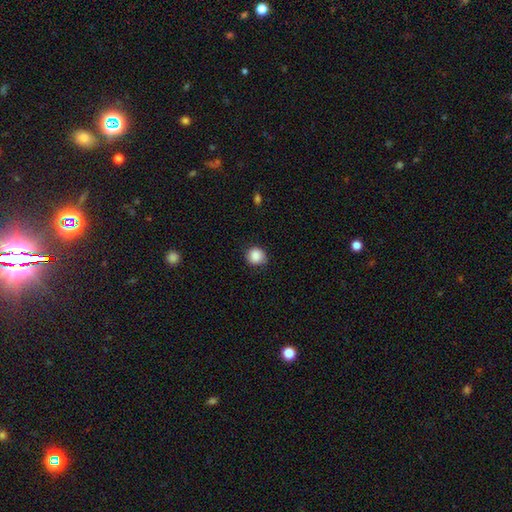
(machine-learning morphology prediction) Q: Smooth or featured?
A: smooth (87%); runner-up: star or artifact (9%)
Q: How rounded?
A: round (85%); runner-up: in between (14%)
Q: Merging?
A: none (76%); runner-up: minor disturbance (19%)